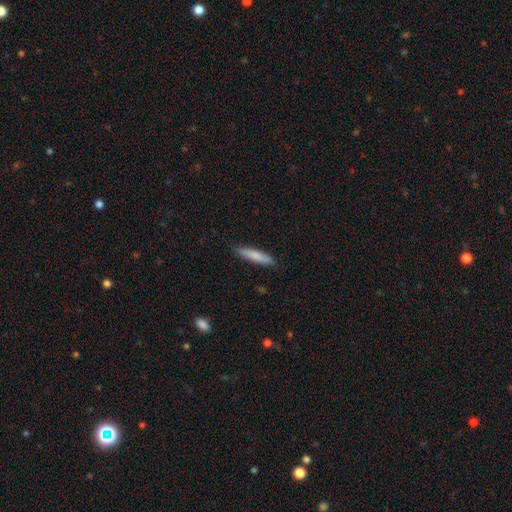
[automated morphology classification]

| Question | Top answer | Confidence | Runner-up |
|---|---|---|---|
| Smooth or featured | smooth | 79% | featured or disk (16%) |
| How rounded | cigar-shaped | 84% | in between (15%) |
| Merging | none | 86% | minor disturbance (11%) |